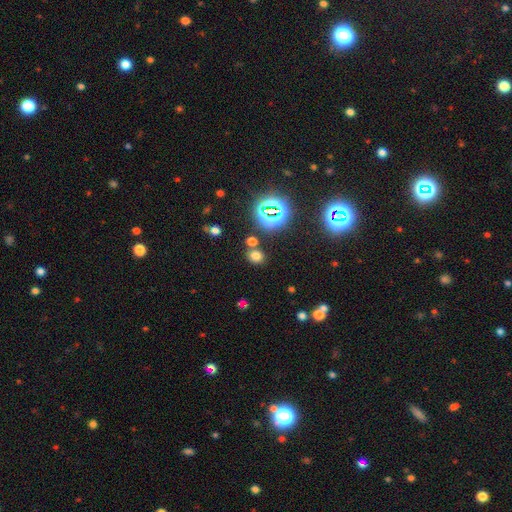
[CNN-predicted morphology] This is likely a smooth galaxy (65%). How rounded: likely round (70%). Merging: likely none (76%).